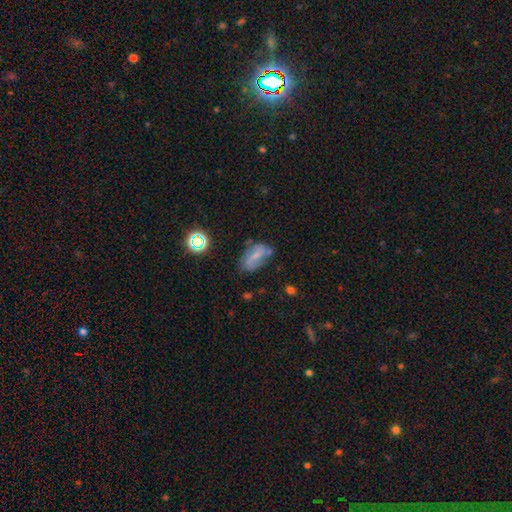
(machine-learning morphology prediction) This appears to be a smooth galaxy with no disk features (49%). Merging: none (51%).